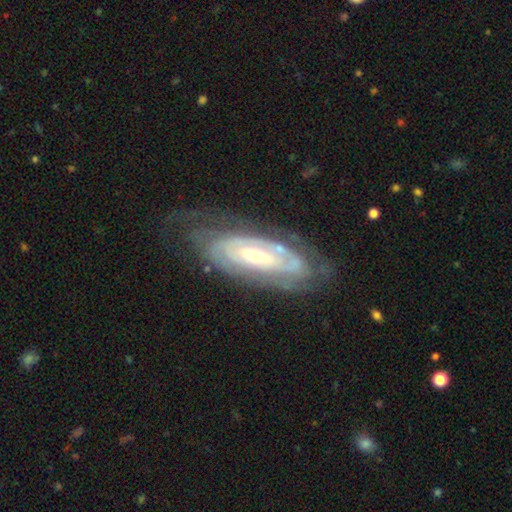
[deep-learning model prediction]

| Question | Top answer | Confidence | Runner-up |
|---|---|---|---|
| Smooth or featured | featured or disk | 83% | smooth (12%) |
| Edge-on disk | no | 88% | yes (12%) |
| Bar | no | 66% | weak (23%) |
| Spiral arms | yes | 83% | no (17%) |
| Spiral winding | tight | 77% | medium (18%) |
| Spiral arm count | can't tell | 57% | 2 (22%) |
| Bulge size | small | 55% | moderate (41%) |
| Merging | none | 66% | minor disturbance (21%) |